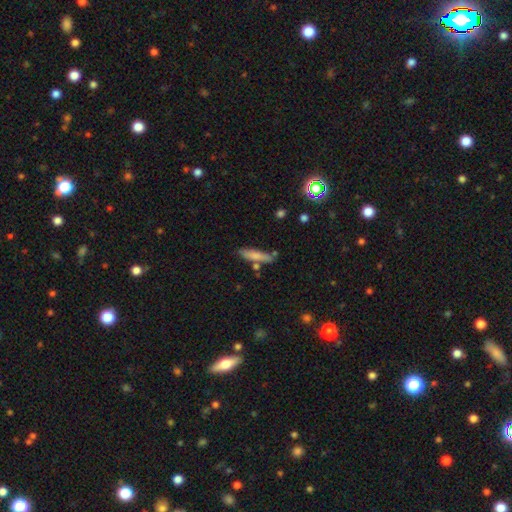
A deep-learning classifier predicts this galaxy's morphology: Smooth or featured? smooth (72%)
How rounded? cigar-shaped (80%)
Merging? none (73%)